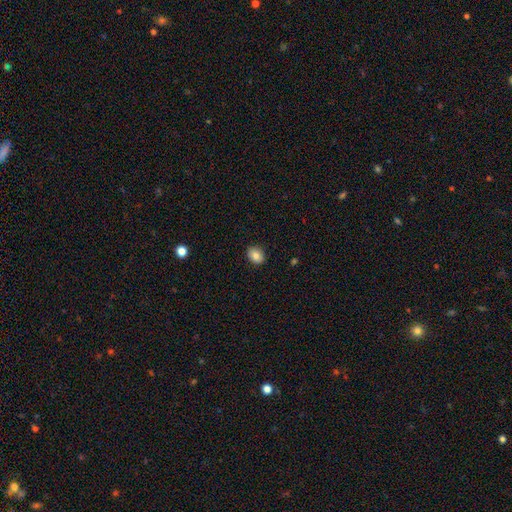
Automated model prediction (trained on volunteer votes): Q: Smooth or featured?
A: smooth (84%); runner-up: star or artifact (9%)
Q: How rounded?
A: in between (62%); runner-up: round (37%)
Q: Merging?
A: none (89%); runner-up: minor disturbance (8%)